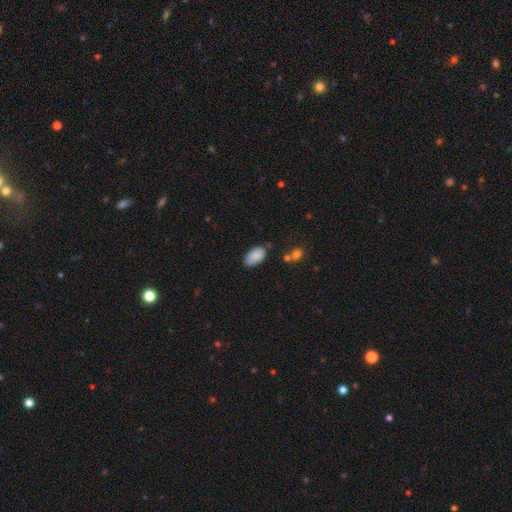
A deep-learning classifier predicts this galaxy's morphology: Smooth or featured?
  - smooth: 87% *
  - star or artifact: 7%
  - featured or disk: 6%
How rounded?
  - in between: 95% *
  - round: 4%
  - cigar-shaped: 2%
Merging?
  - none: 74% *
  - minor disturbance: 19%
  - major disturbance: 4%
  - merger: 3%